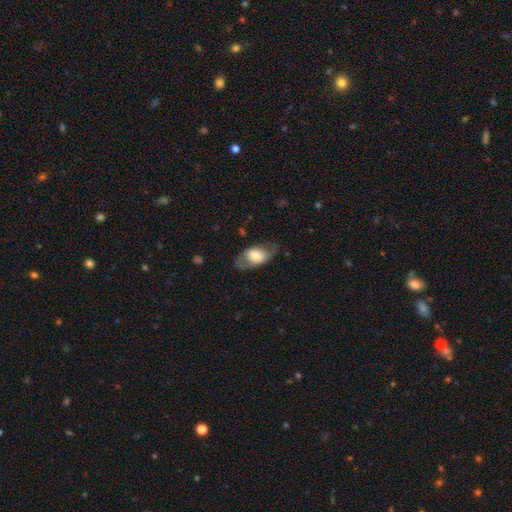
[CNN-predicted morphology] Smooth or featured?
  - smooth: 61% *
  - featured or disk: 33%
  - star or artifact: 7%
How rounded?
  - in between: 87% *
  - round: 11%
  - cigar-shaped: 3%
Merging?
  - none: 67% *
  - minor disturbance: 20%
  - major disturbance: 12%
  - merger: 1%